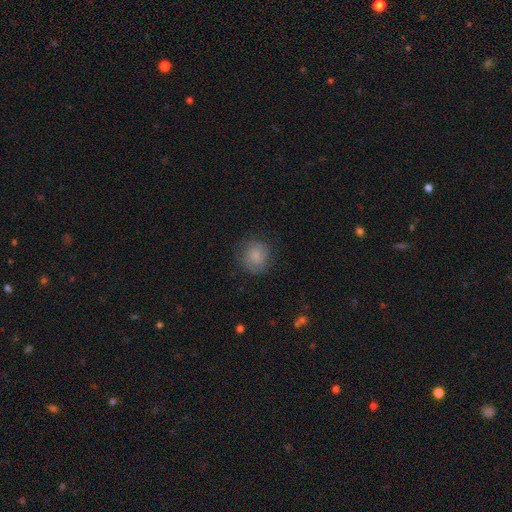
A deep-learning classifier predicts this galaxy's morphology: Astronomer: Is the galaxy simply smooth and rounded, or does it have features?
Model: smooth — 79%.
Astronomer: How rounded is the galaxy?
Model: round — 87%.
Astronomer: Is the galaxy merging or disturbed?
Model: none — 76%.